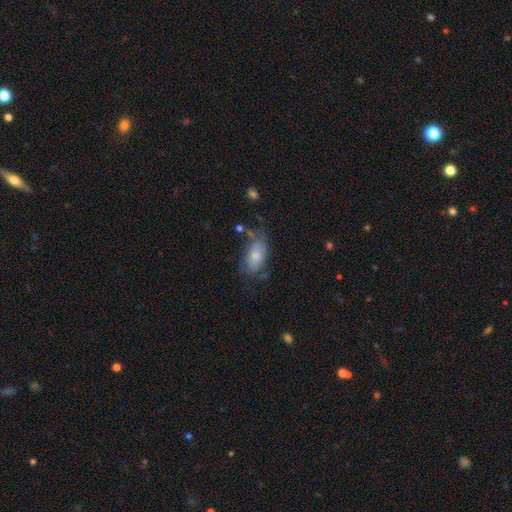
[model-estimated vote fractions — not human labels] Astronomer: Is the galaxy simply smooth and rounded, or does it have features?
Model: smooth — 68%.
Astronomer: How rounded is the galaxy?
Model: in between — 91%.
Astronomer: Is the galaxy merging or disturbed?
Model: none — 46% (runner-up: minor disturbance, 31%).